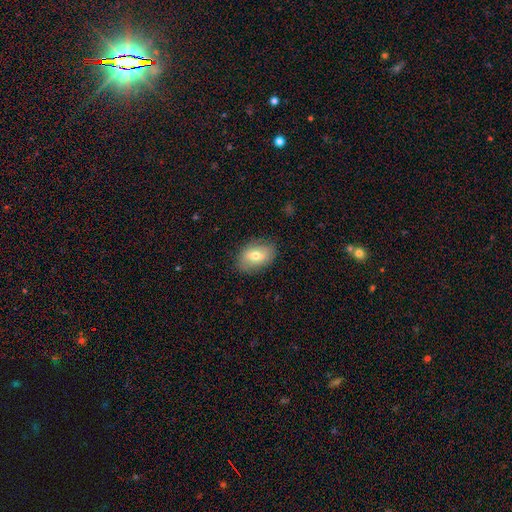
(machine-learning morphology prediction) Smooth or featured? smooth (65%)
How rounded? in between (83%)
Merging? none (83%)